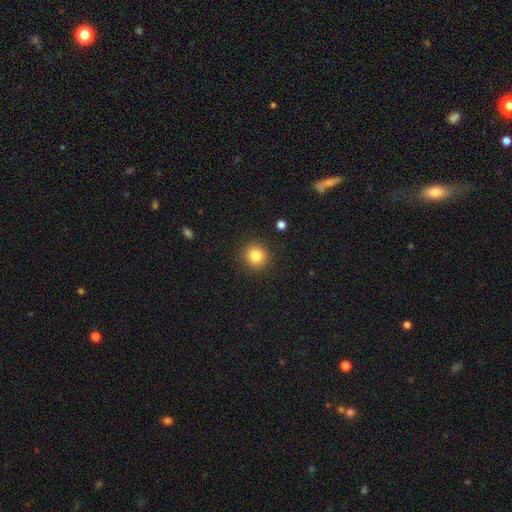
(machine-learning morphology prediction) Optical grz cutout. It shows a smooth galaxy with no disk features (83%) that is round (92%). Merging: none (91%).